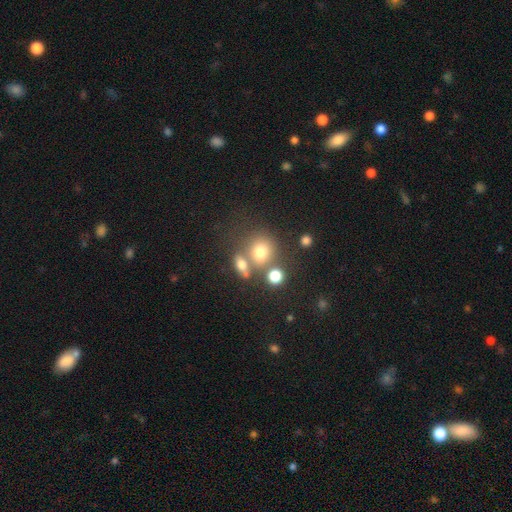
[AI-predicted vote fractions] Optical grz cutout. It shows a smooth galaxy with no disk features (62%) that is round (80%). Merging: none (51%).